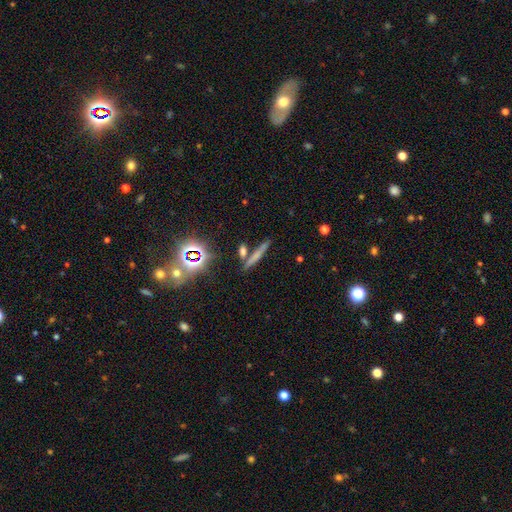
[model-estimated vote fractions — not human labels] Morphology: type=smooth (56%); roundness=cigar-shaped (87%); merging=none (74%).